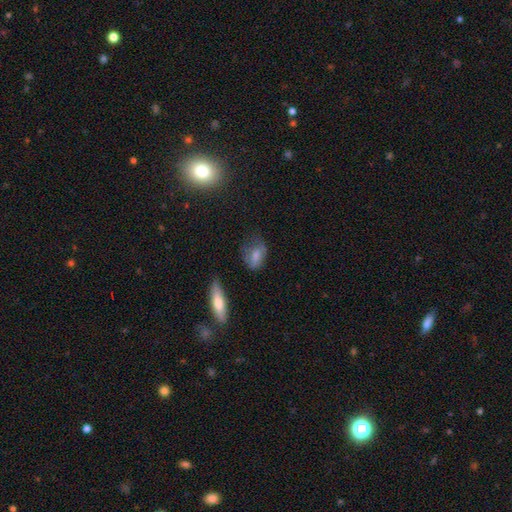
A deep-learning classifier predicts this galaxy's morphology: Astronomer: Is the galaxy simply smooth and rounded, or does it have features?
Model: smooth — 72%.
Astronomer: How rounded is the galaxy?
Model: in between — 79%.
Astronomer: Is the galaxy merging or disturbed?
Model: none — 50% (runner-up: minor disturbance, 31%).